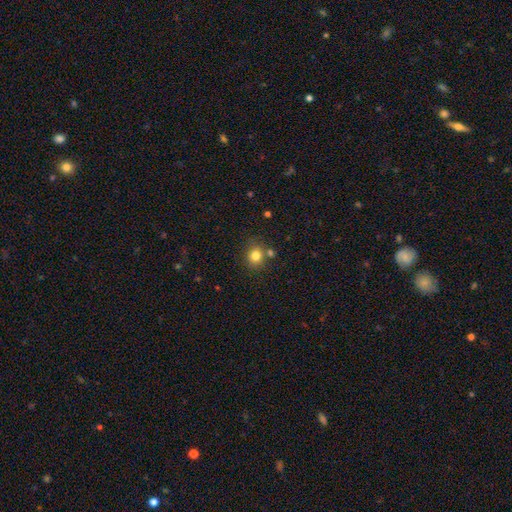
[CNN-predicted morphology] Q: Smooth or featured?
A: smooth (80%); runner-up: star or artifact (13%)
Q: How rounded?
A: round (82%); runner-up: in between (17%)
Q: Merging?
A: none (75%); runner-up: merger (11%)